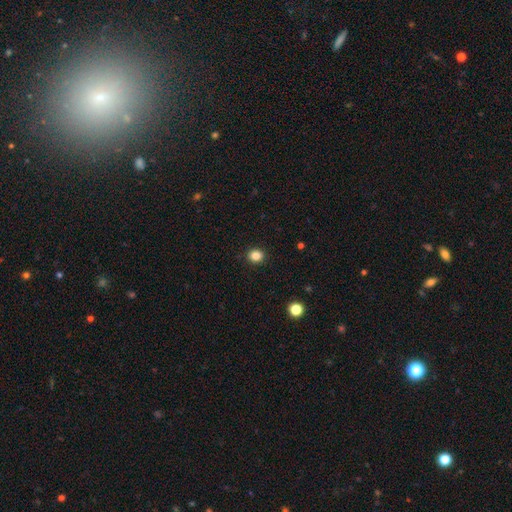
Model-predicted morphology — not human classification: This appears to be a smooth galaxy with no disk features (84%) that is round (74%). Merging: none (91%).